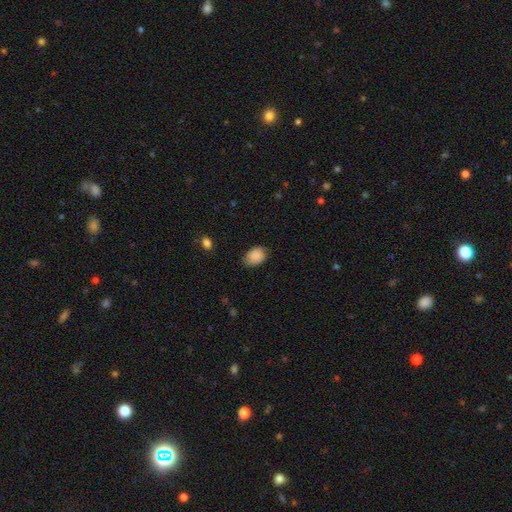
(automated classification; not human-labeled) The model was most divided on "how rounded": in between: 72%, round: 27%, cigar-shaped: 1%. More confident: smooth or featured — smooth (88%); merging — none (71%).